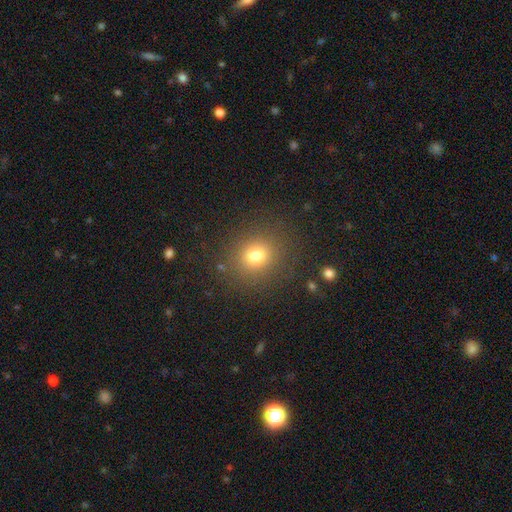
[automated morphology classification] This appears to be a smooth galaxy with no disk features (75%) that is round (80%). Merging: none (86%).